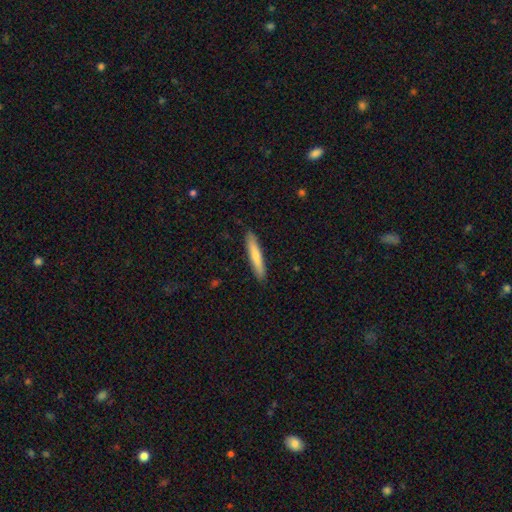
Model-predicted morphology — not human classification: smooth_or_featured: smooth (p=0.72) [alt: featured or disk p=0.24]
how_rounded: cigar-shaped (p=0.92) [alt: in between p=0.07]
merging: none (p=0.90) [alt: minor disturbance p=0.07]